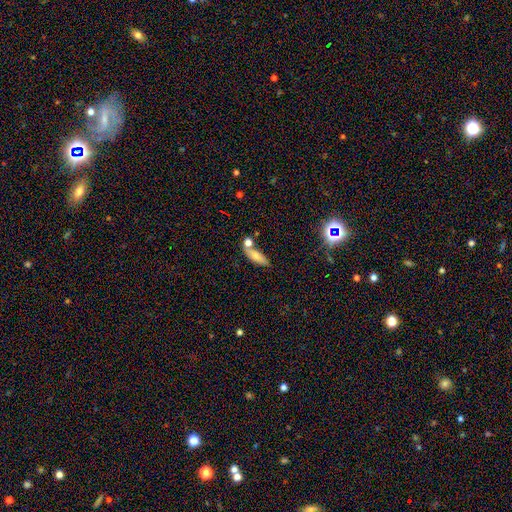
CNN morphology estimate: smooth 71%, featured or disk 18%, star or artifact 11%. Down the decision tree: how rounded — in between (63%); merging — none (55%).